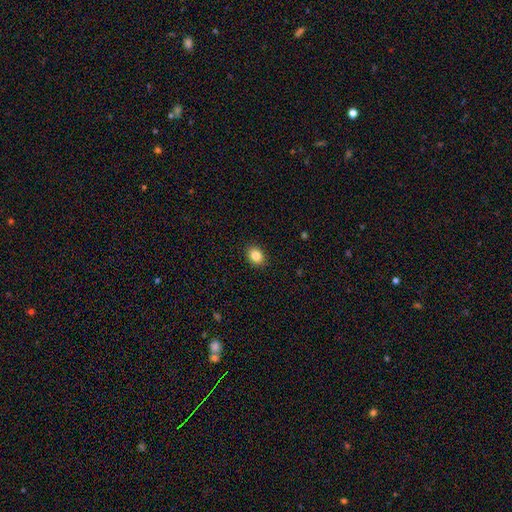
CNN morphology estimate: Smooth or featured?
  - smooth: 86% *
  - star or artifact: 10%
  - featured or disk: 5%
How rounded?
  - in between: 61% *
  - round: 38%
  - cigar-shaped: 1%
Merging?
  - none: 90% *
  - minor disturbance: 7%
  - major disturbance: 2%
  - merger: 1%